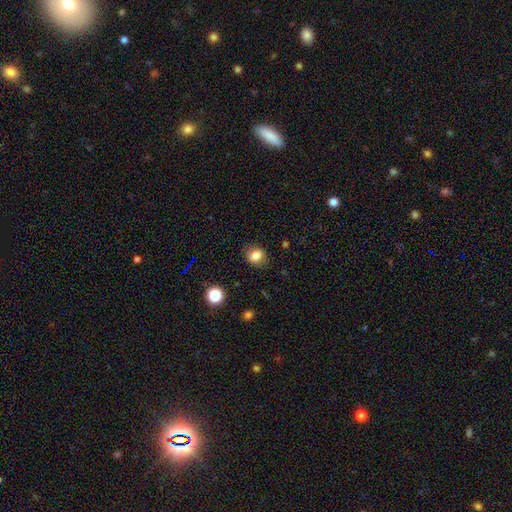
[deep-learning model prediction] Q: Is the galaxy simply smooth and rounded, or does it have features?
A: smooth — 82%.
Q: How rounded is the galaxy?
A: round — 65%.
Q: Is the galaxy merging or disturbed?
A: none — 81%.